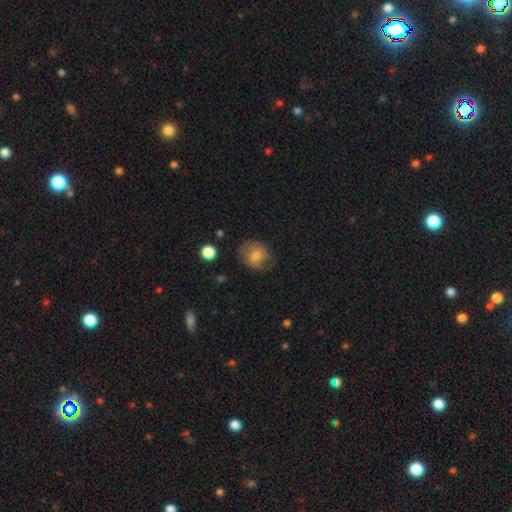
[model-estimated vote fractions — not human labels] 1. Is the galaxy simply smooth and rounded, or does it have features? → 57% smooth, 34% featured or disk, 9% star or artifact.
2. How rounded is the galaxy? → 72% round, 27% in between, 1% cigar-shaped.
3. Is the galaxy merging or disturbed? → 67% none, 22% minor disturbance, 9% major disturbance, 1% merger.